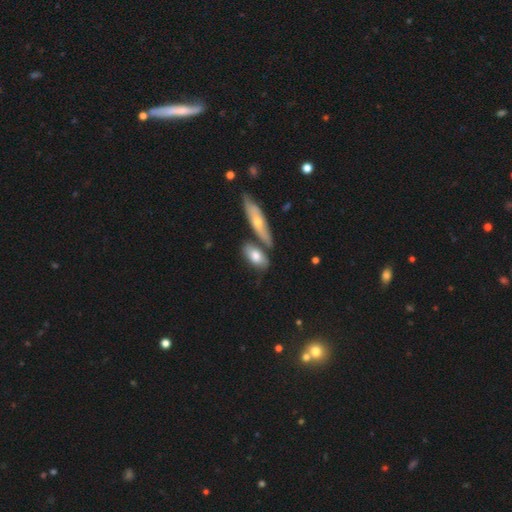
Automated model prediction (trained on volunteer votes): A smooth galaxy with no disk features (69%) that is in between round and cigar-shaped (78%). Merging: none (51%).